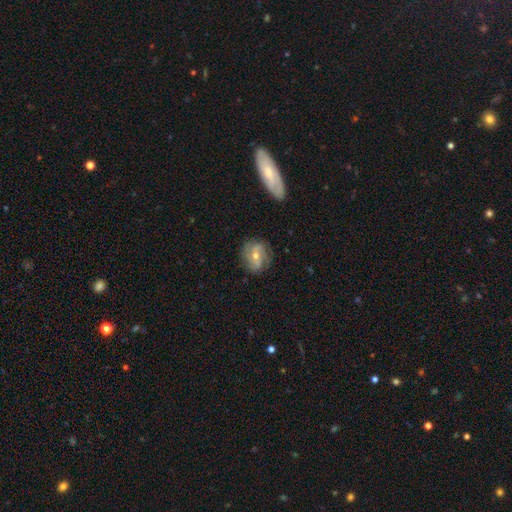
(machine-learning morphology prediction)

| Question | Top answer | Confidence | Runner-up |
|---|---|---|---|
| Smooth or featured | featured or disk | 62% | smooth (27%) |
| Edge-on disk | no | 93% | yes (7%) |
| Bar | no | 47% | weak (39%) |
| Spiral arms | yes | 82% | no (18%) |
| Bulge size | moderate | 49% | small (47%) |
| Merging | none | 78% | minor disturbance (15%) |